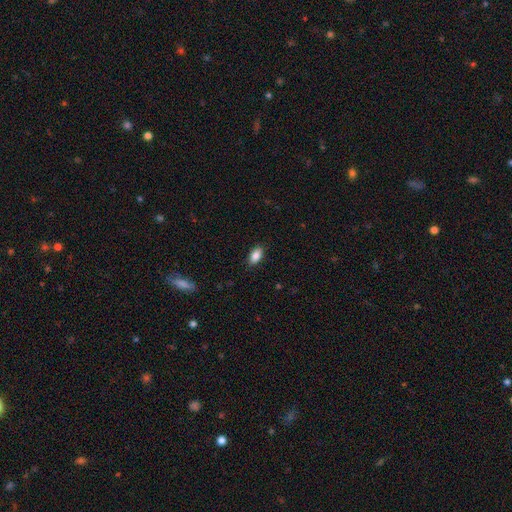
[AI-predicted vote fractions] Smooth or featured: smooth — 87% (star or artifact — 8%)
How rounded: in between — 91% (round — 5%)
Merging: none — 87% (minor disturbance — 9%)